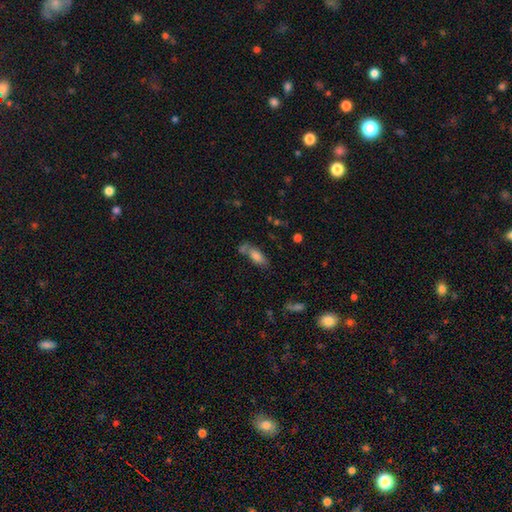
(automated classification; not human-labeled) Smooth or featured? Predicted: smooth (p=0.77). How rounded? Predicted: in between (p=0.75). Merging? Predicted: none (p=0.46).